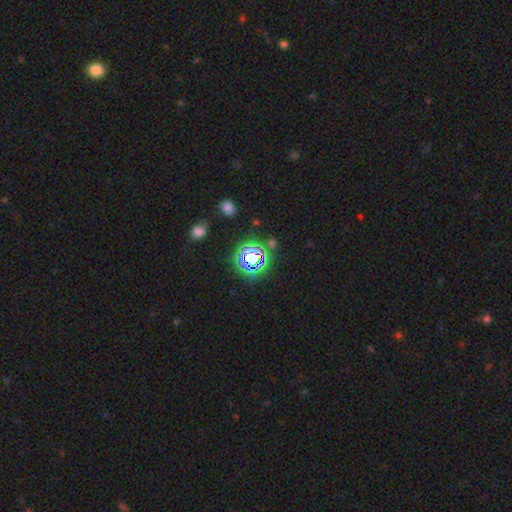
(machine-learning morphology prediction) smooth_or_featured: star or artifact (p=0.70) [alt: smooth p=0.19]